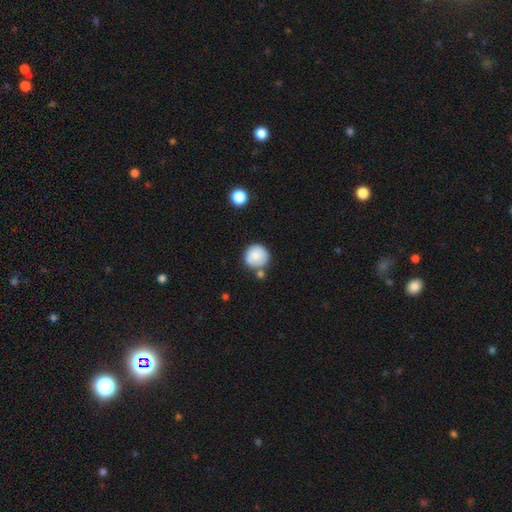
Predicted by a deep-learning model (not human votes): smooth 82%, featured or disk 10%, star or artifact 8%. Down the decision tree: how rounded — round (94%); merging — none (68%).